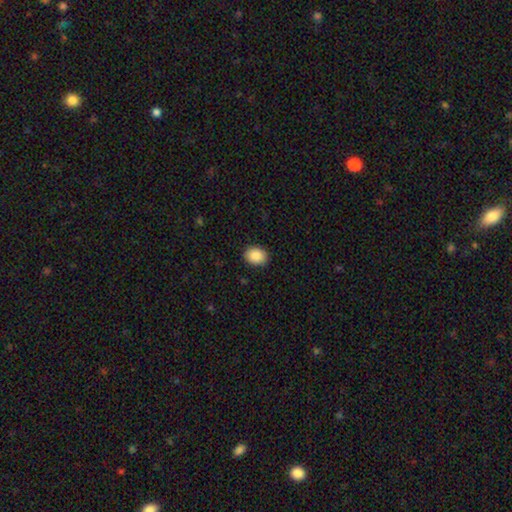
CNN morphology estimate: This is clearly a smooth galaxy (88%). How rounded: likely in between (62%). Merging: clearly none (90%).